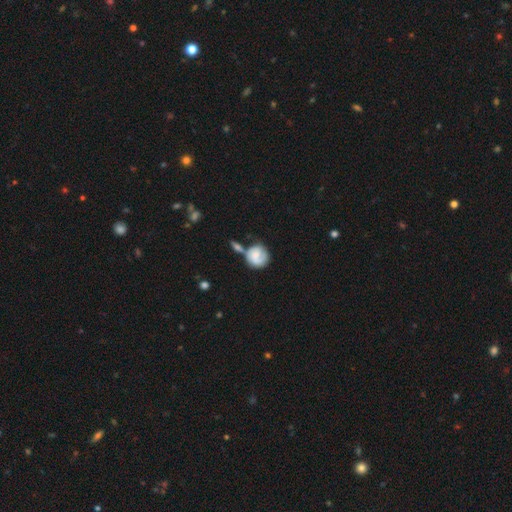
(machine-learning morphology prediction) Smooth or featured?
  - smooth: 53% *
  - featured or disk: 40%
  - star or artifact: 7%
How rounded?
  - round: 82% *
  - in between: 17%
  - cigar-shaped: 1%
Merging?
  - none: 42% *
  - merger: 27%
  - minor disturbance: 20%
  - major disturbance: 11%